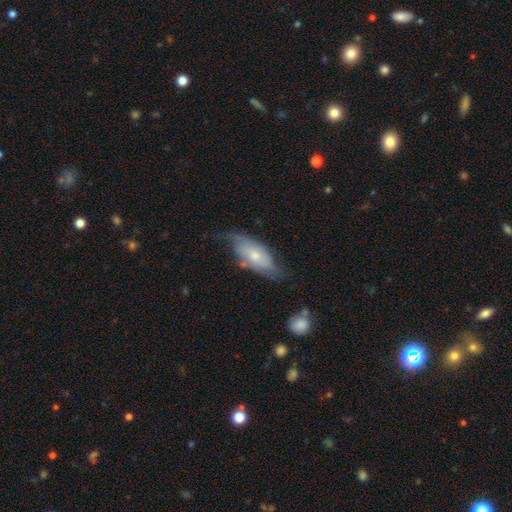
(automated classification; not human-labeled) featured or disk 52%, smooth 42%, star or artifact 6%. Down the decision tree: edge-on disk — no (80%); merging — none (48%).